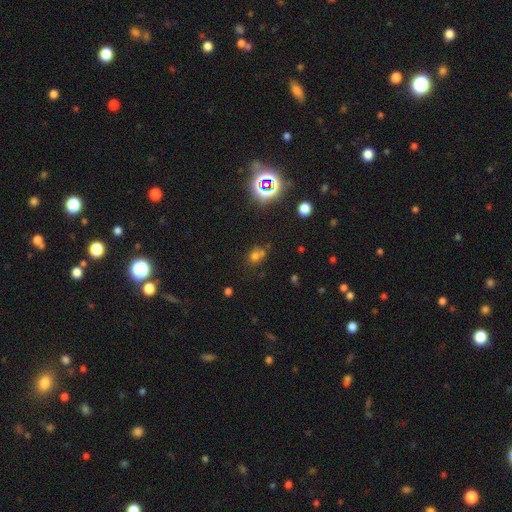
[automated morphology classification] Smooth or featured? Predicted: smooth (p=0.54). How rounded? Predicted: round (p=0.72). Merging? Predicted: none (p=0.49).